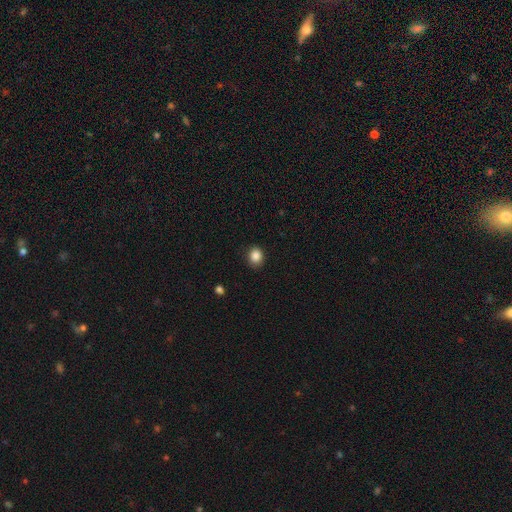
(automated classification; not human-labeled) Smooth or featured?
  - smooth: 87% *
  - star or artifact: 10%
  - featured or disk: 4%
How rounded?
  - round: 64% *
  - in between: 36%
  - cigar-shaped: 1%
Merging?
  - none: 87% *
  - minor disturbance: 10%
  - major disturbance: 2%
  - merger: 1%